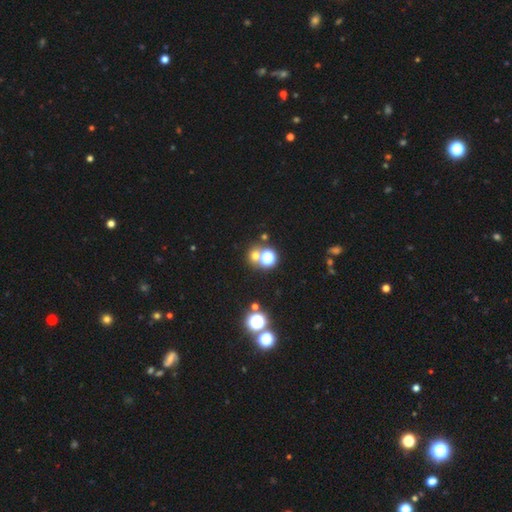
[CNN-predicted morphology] A smooth galaxy with no disk features (54%) that is round (84%).

Vote fractions:
- Smooth or featured? smooth: 54% / star or artifact: 38% / featured or disk: 8%
- How rounded? round: 84% / in between: 15% / cigar-shaped: 1%
- Merging? none: 62% / merger: 26% / minor disturbance: 8% / major disturbance: 4%